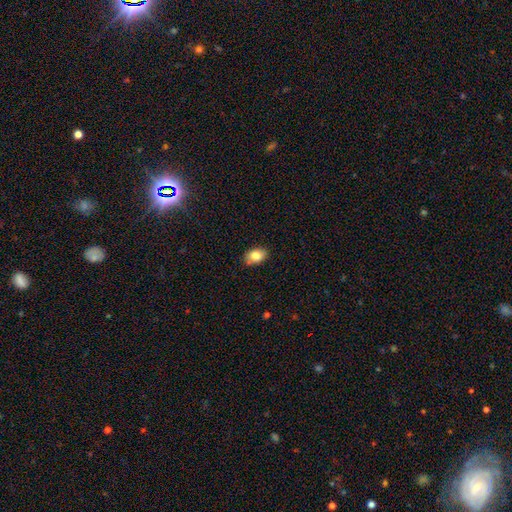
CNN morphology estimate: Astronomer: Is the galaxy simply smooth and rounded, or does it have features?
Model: smooth — 83%.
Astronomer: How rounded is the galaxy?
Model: in between — 88%.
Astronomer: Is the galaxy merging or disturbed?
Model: none — 83%.